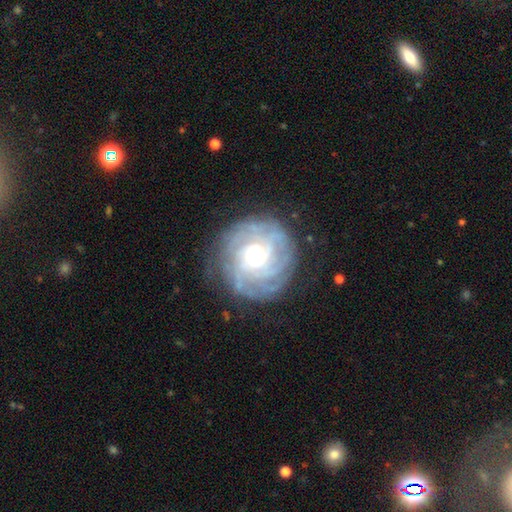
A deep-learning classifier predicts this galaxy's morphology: Overall: featured or disk (81%). Edge-on disk: no (97%). Bar: no (74%). Spiral arms: yes (92%). Spiral arm count: can't tell (41%; more than 4 18%). Spiral winding: tight (78%). Bulge size: moderate (64%; small 26%). Merging: none (80%).